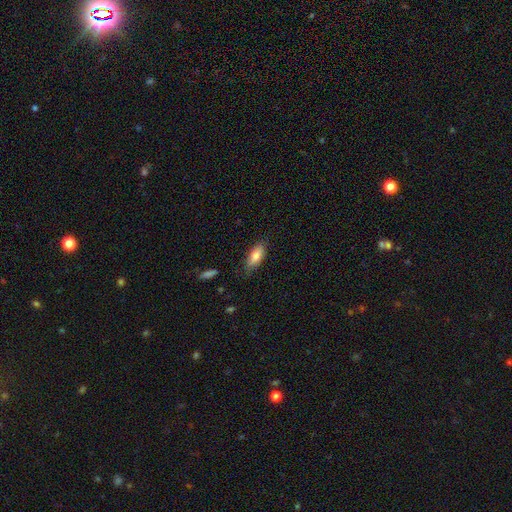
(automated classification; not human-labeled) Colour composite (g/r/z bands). It shows a smooth galaxy with no disk features (79%) that is in between round and cigar-shaped (78%). Merging: none (77%).